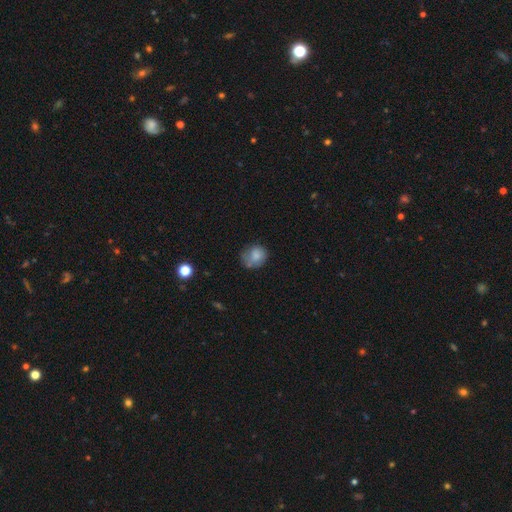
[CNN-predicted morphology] This appears to be a smooth galaxy with no disk features (75%) that is round (71%). Merging: none (51%).